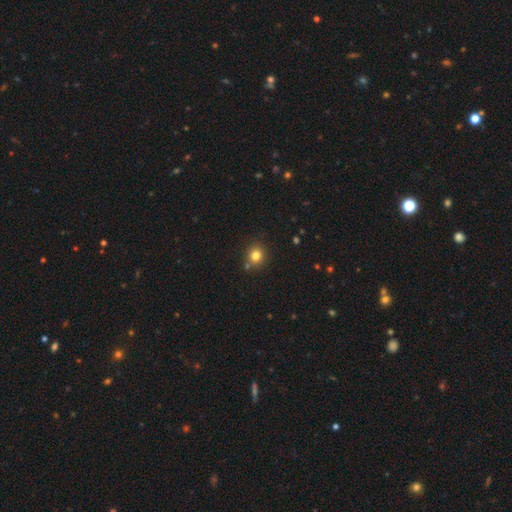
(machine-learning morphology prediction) Smooth or featured: smooth — 80% (star or artifact — 13%)
How rounded: round — 83% (in between — 16%)
Merging: none — 81% (minor disturbance — 9%)